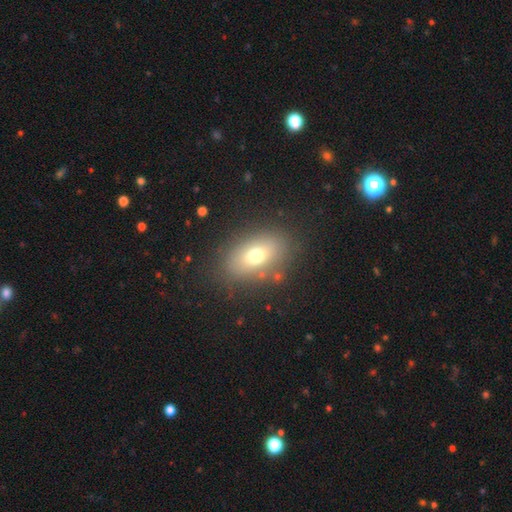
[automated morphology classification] Q: Smooth or featured?
A: smooth (70%); runner-up: featured or disk (19%)
Q: How rounded?
A: in between (83%); runner-up: round (14%)
Q: Merging?
A: none (81%); runner-up: minor disturbance (12%)